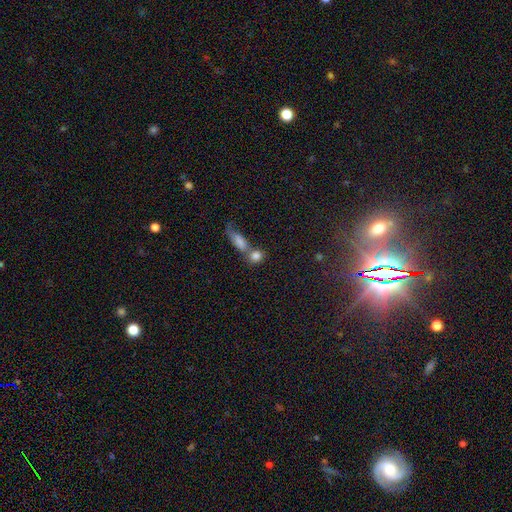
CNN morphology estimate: smooth-or-featured: smooth: 80% | star or artifact: 10% | featured or disk: 9%
  how-rounded: round: 56% | in between: 37% | cigar-shaped: 7%
  merging: merger: 45% | none: 40% | minor disturbance: 9% | major disturbance: 5%